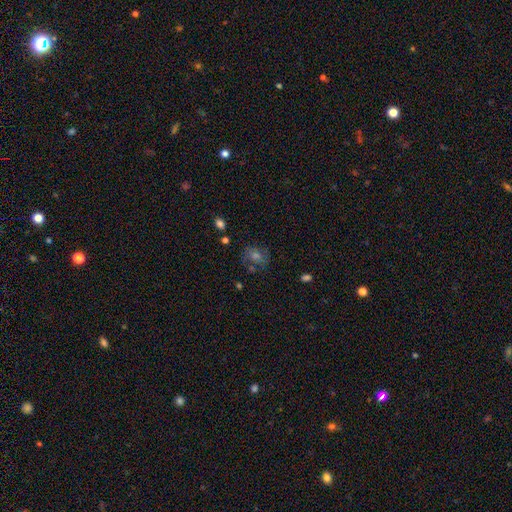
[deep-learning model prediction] Smooth or featured? Predicted: featured or disk (p=0.41). Merging? Predicted: none (p=0.71).